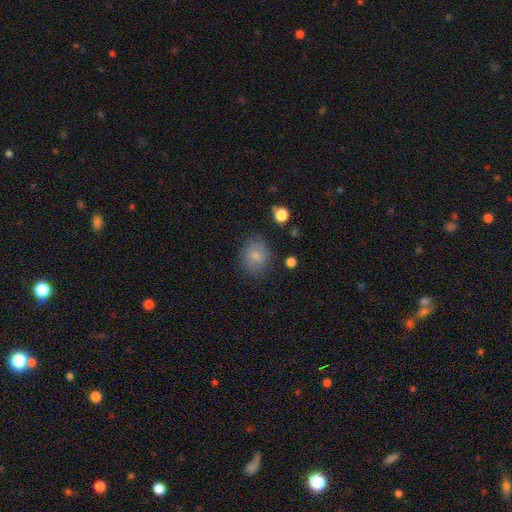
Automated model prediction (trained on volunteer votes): A smooth galaxy with no disk features (79%) that is round (62%). Merging: none (78%).